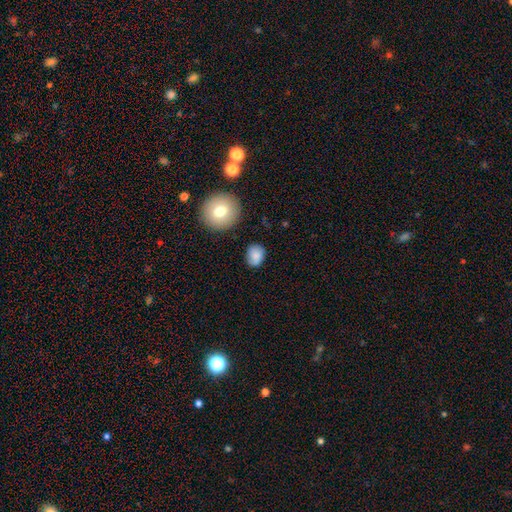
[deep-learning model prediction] smooth_or_featured: smooth (p=0.81) [alt: featured or disk p=0.10]
how_rounded: in between (p=0.49) [tied with: round p=0.49]
merging: none (p=0.74) [alt: minor disturbance p=0.19]